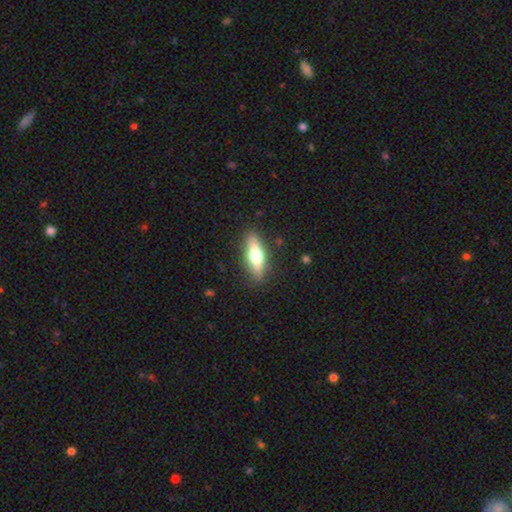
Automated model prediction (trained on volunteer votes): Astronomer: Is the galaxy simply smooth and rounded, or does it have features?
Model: smooth — 51% (runner-up: featured or disk, 43%).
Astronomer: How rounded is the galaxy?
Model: cigar-shaped — 51% (runner-up: in between, 46%).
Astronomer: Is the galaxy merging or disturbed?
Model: none — 87%.